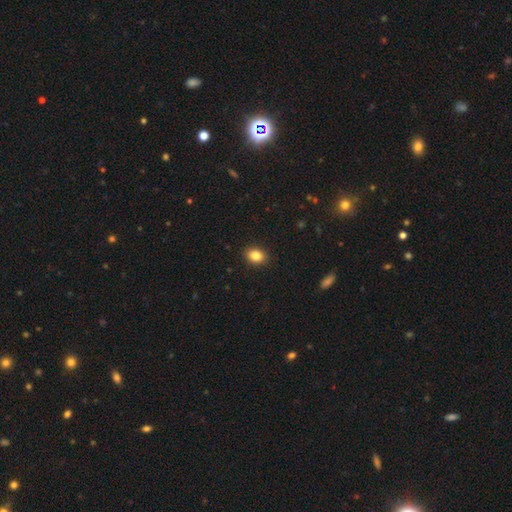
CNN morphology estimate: Smooth or featured? Predicted: smooth (p=0.85). How rounded? Predicted: in between (p=0.65). Merging? Predicted: none (p=0.90).